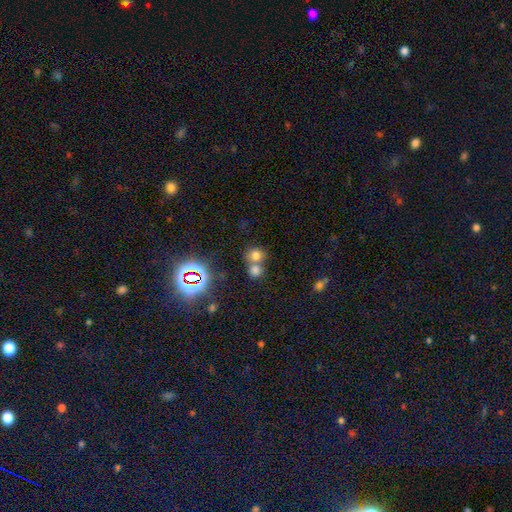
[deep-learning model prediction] Smooth or featured: smooth — 68% (star or artifact — 22%)
How rounded: round — 81% (in between — 18%)
Merging: merger — 47% (none — 43%)